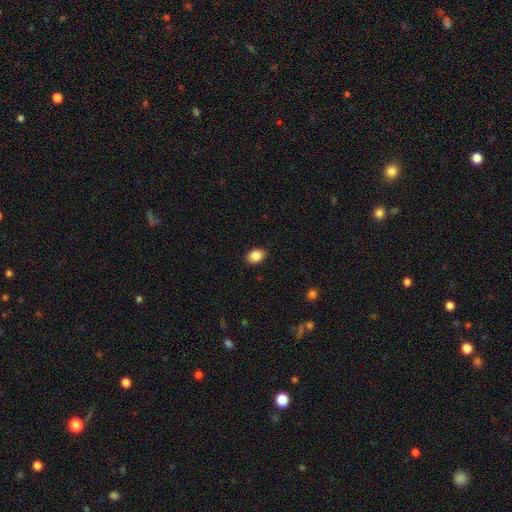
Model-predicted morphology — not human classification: Smooth or featured?
  - smooth: 88% *
  - star or artifact: 8%
  - featured or disk: 4%
How rounded?
  - in between: 69% *
  - round: 30%
  - cigar-shaped: 1%
Merging?
  - none: 89% *
  - minor disturbance: 8%
  - major disturbance: 2%
  - merger: 1%